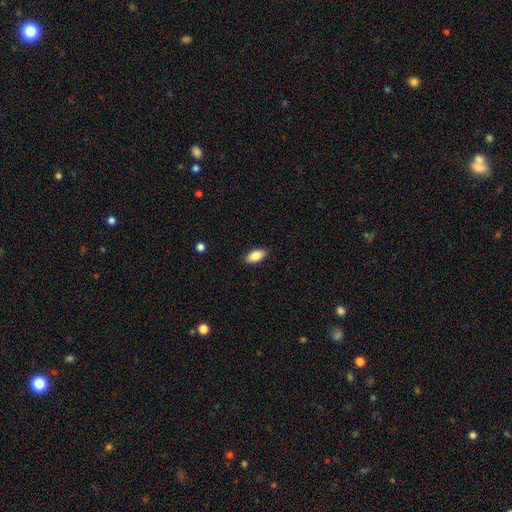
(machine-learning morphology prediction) A smooth galaxy with no disk features (85%) that is in between round and cigar-shaped (91%). Merging: none (89%).